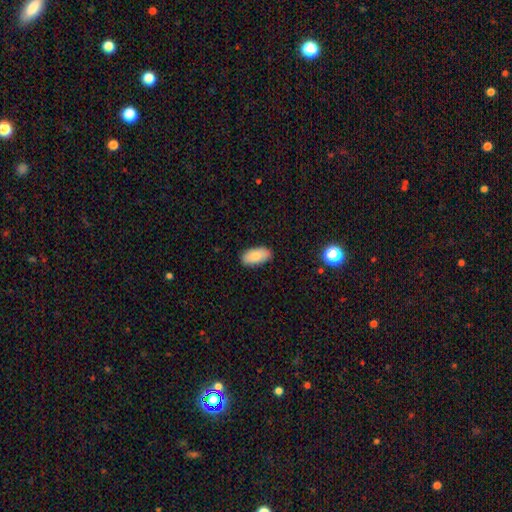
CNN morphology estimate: Smooth or featured: smooth — 83% (featured or disk — 10%)
How rounded: in between — 93% (cigar-shaped — 5%)
Merging: none — 85% (minor disturbance — 12%)